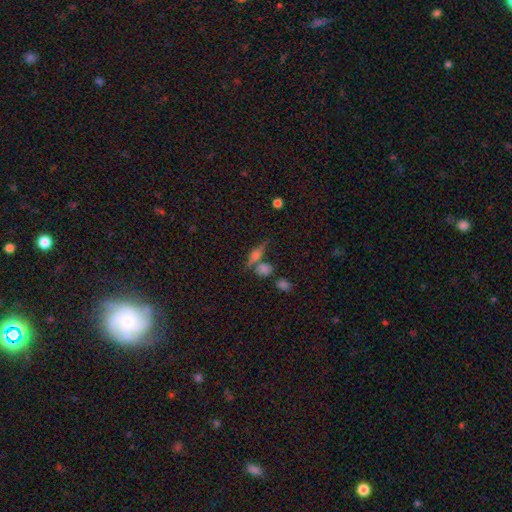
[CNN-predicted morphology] Overall: featured or disk (46%; smooth 38%). Merging: none (62%).